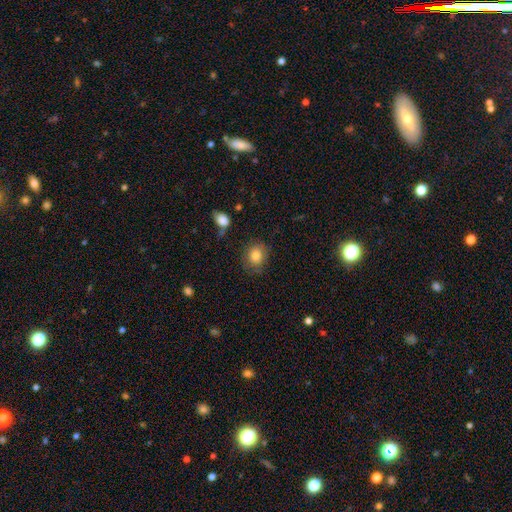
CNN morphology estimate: This appears to be a smooth galaxy with no disk features (82%) that is round (72%). Merging: none (77%).